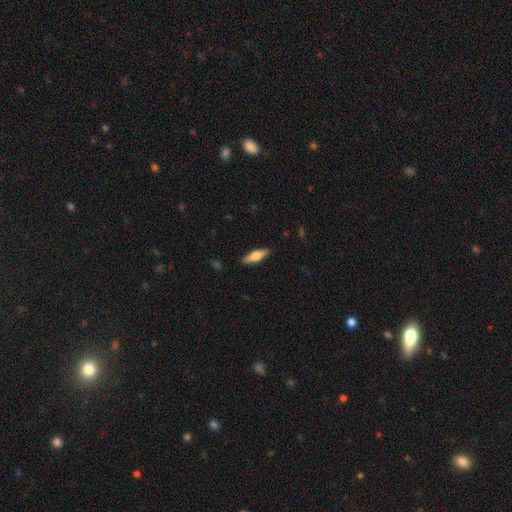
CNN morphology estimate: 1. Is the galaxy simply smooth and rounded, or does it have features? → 55% smooth, 39% featured or disk, 6% star or artifact.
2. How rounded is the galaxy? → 54% cigar-shaped, 43% in between, 2% round.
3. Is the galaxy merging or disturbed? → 89% none, 8% minor disturbance, 2% major disturbance, 1% merger.